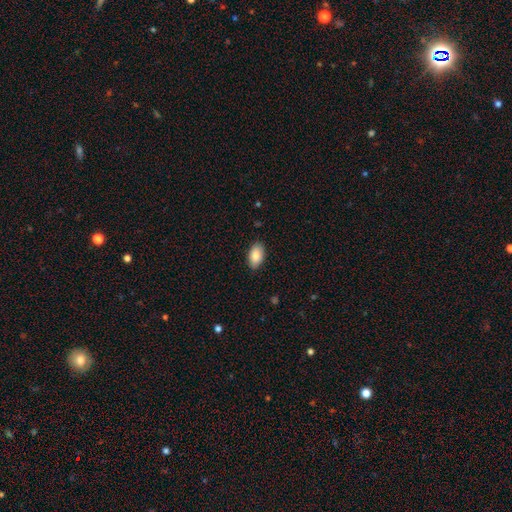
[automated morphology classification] A smooth galaxy with no disk features (86%) that is in between round and cigar-shaped (94%).

Vote fractions:
- Smooth or featured? smooth: 86% / featured or disk: 8% / star or artifact: 7%
- How rounded? in between: 94% / round: 4% / cigar-shaped: 2%
- Merging? none: 87% / minor disturbance: 10% / major disturbance: 2% / merger: 1%